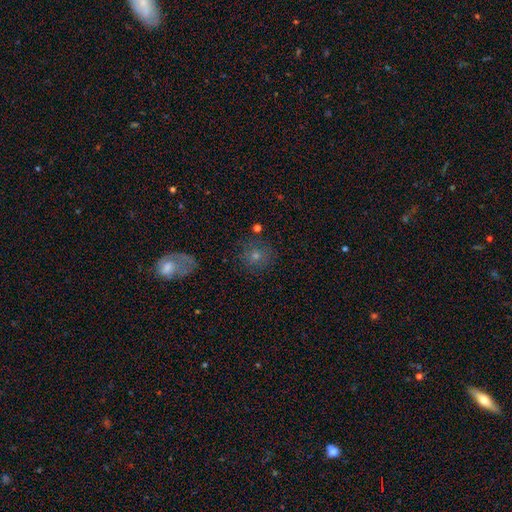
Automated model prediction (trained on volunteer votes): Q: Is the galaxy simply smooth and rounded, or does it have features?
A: smooth — 70%.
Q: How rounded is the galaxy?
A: round — 90%.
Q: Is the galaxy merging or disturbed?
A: none — 80%.